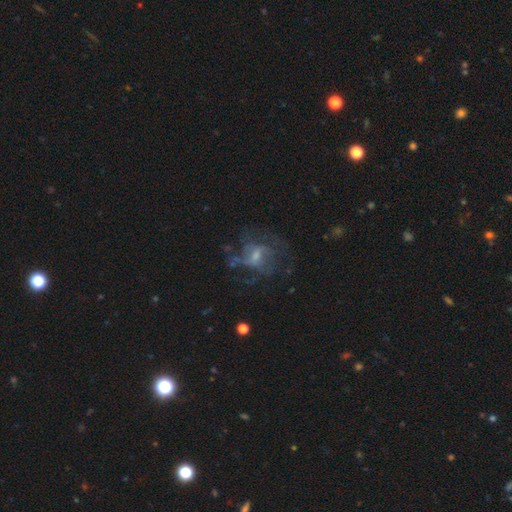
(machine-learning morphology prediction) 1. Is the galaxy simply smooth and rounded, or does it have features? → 63% featured or disk, 21% smooth, 16% star or artifact.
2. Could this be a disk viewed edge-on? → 96% no, 4% yes.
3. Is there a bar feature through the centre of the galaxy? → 45% no, 44% weak, 10% strong.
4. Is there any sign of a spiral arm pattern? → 62% yes, 38% no.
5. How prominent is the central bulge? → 46% small, 36% moderate, 13% none, 4% large, 1% dominant.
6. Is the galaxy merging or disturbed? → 55% none, 25% major disturbance, 18% minor disturbance, 3% merger.